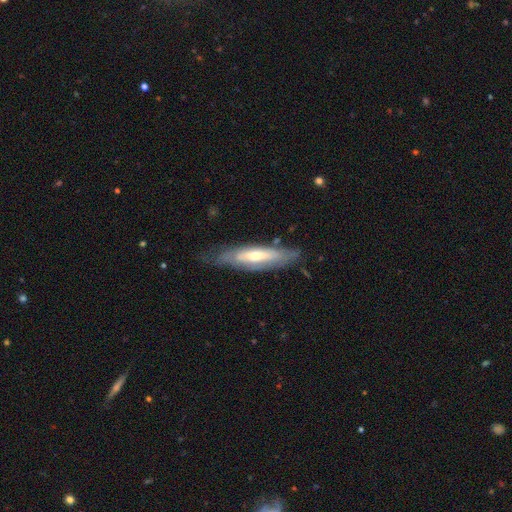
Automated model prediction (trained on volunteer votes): This is likely a featured or disk galaxy (60%). It is possibly viewed edge-on (51%). Merging: likely none (68%).